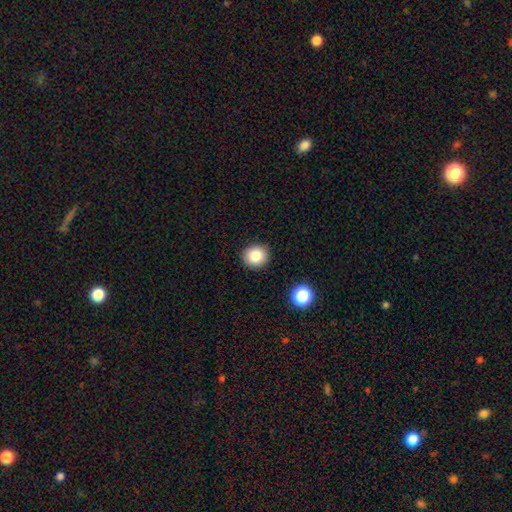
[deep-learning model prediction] Smooth or featured?
  - smooth: 84% *
  - star or artifact: 10%
  - featured or disk: 6%
How rounded?
  - round: 84% *
  - in between: 15%
  - cigar-shaped: 1%
Merging?
  - none: 90% *
  - minor disturbance: 6%
  - major disturbance: 2%
  - merger: 1%